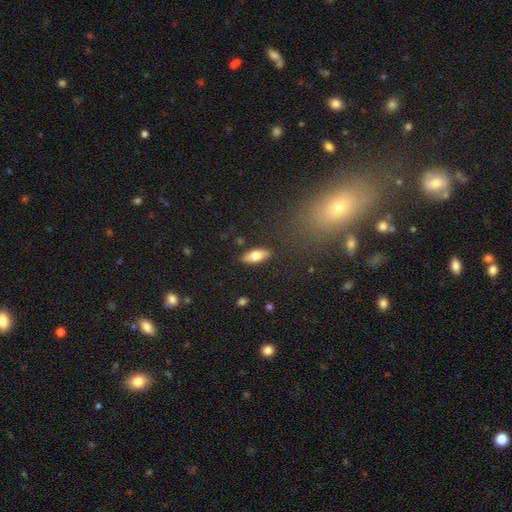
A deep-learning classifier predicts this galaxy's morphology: A smooth galaxy with no disk features (72%) that is in between round and cigar-shaped (78%).

Vote fractions:
- Smooth or featured? smooth: 72% / featured or disk: 22% / star or artifact: 6%
- How rounded? in between: 78% / cigar-shaped: 20% / round: 3%
- Merging? none: 88% / minor disturbance: 9% / major disturbance: 2% / merger: 2%